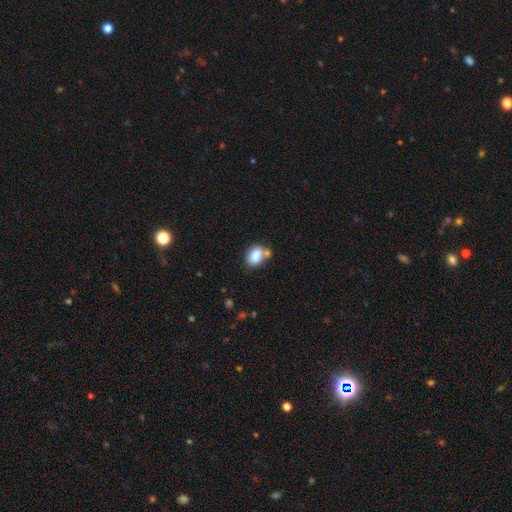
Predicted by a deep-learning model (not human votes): smooth 84%, star or artifact 9%, featured or disk 8%. Down the decision tree: how rounded — in between (74%); merging — none (49%).